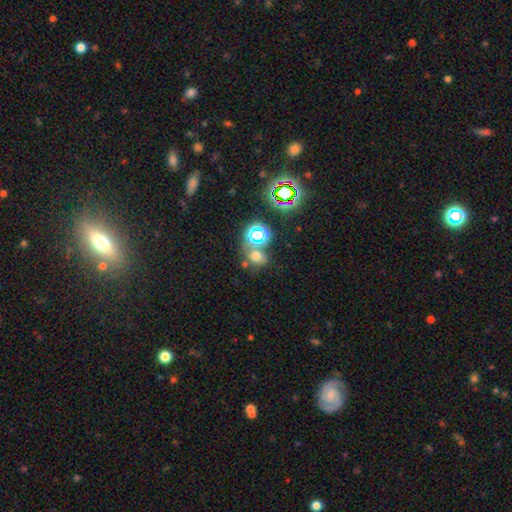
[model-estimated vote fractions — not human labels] Smooth or featured? smooth (55%)
How rounded? round (68%)
Merging? none (61%)